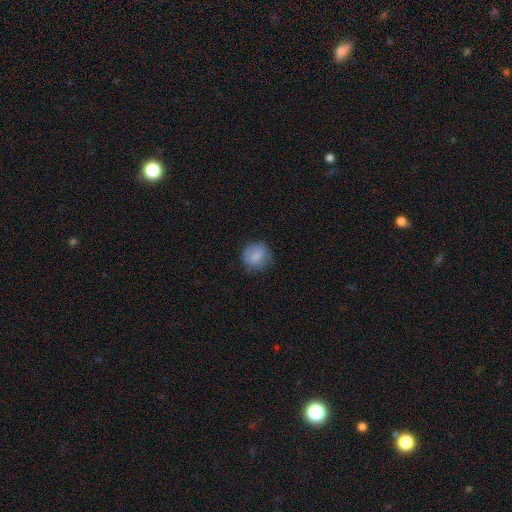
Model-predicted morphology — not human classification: Overall: smooth (83%). How rounded: round (85%). Merging: none (77%).